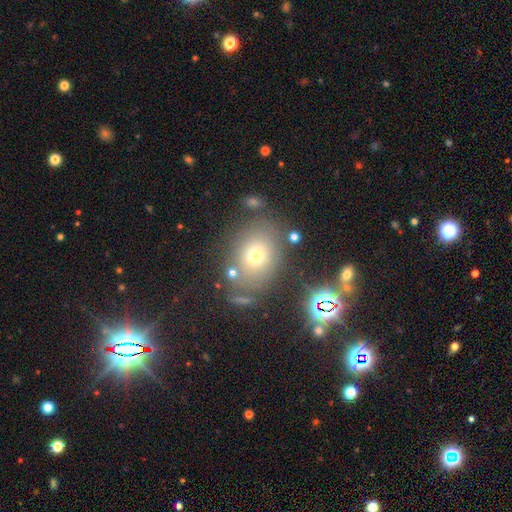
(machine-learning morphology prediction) smooth 63%, star or artifact 18%, featured or disk 18%. Down the decision tree: how rounded — in between (52%); merging — none (72%).